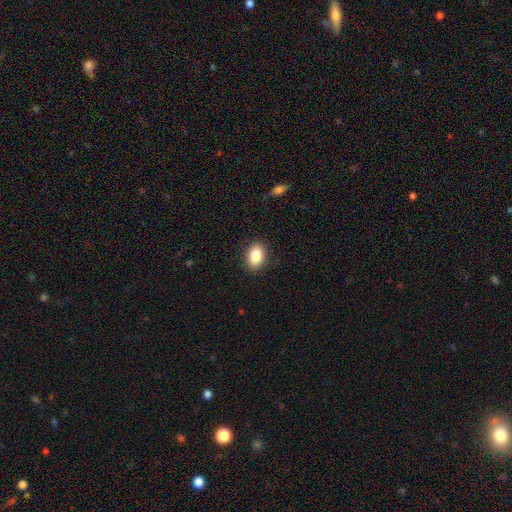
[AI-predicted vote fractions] smooth 86%, star or artifact 8%, featured or disk 6%. Down the decision tree: how rounded — in between (83%); merging — none (89%).